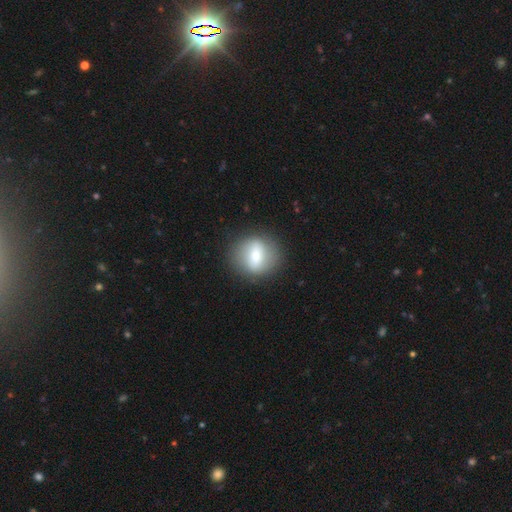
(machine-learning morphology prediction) The model was most divided on "smooth or featured": smooth: 63%, featured or disk: 30%, star or artifact: 8%. More confident: merging — none (82%); how rounded — round (77%).